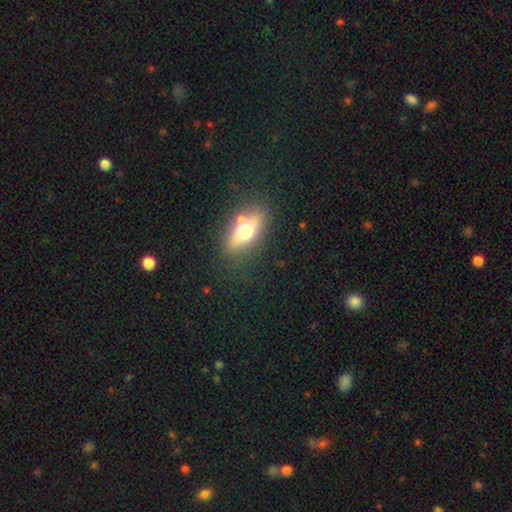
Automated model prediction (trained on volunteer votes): This is possibly a smooth galaxy (46%). Merging: likely none (72%).